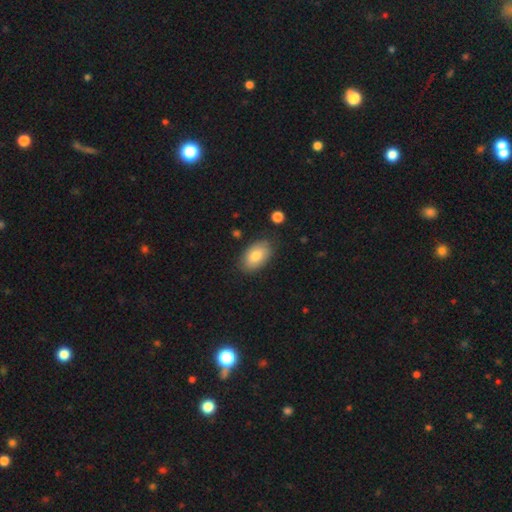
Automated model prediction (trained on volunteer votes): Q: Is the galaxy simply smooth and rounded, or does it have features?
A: smooth — 79%.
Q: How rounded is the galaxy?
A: in between — 92%.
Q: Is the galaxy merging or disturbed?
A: none — 83%.